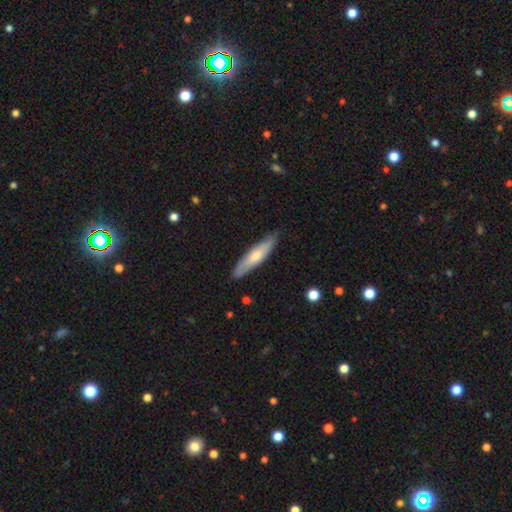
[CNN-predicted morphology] smooth 57%, featured or disk 38%, star or artifact 5%. Down the decision tree: how rounded — cigar-shaped (82%); merging — none (85%).